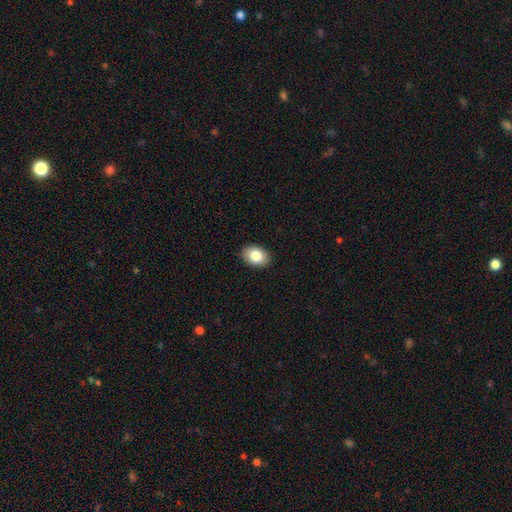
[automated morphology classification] Smooth or featured?
  - smooth: 84% *
  - featured or disk: 9%
  - star or artifact: 8%
How rounded?
  - in between: 79% *
  - round: 20%
  - cigar-shaped: 1%
Merging?
  - none: 90% *
  - minor disturbance: 7%
  - major disturbance: 2%
  - merger: 1%